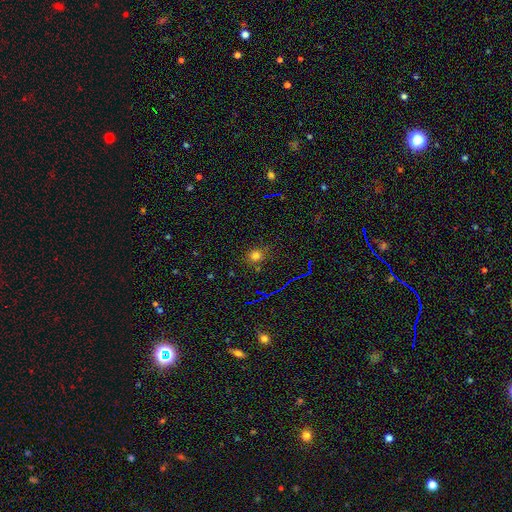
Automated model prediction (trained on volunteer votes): This appears to be a smooth galaxy with no disk features (71%) that is round (80%). Merging: none (78%).